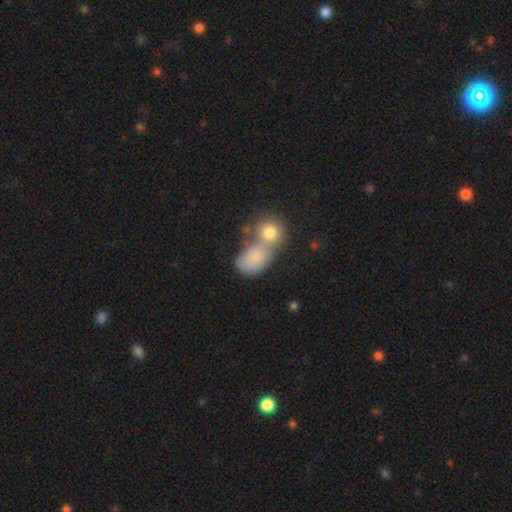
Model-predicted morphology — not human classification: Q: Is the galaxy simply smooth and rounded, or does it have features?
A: smooth — 75%.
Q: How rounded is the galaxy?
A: in between — 66%.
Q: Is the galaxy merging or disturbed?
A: merger — 56%.